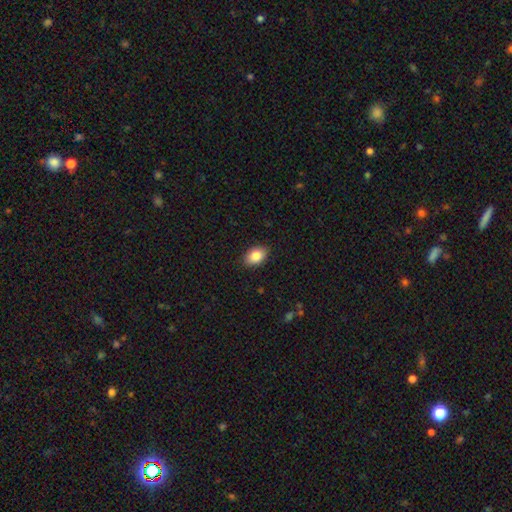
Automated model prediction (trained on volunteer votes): Q: Smooth or featured?
A: smooth (84%); runner-up: star or artifact (8%)
Q: How rounded?
A: in between (84%); runner-up: round (15%)
Q: Merging?
A: none (88%); runner-up: minor disturbance (9%)